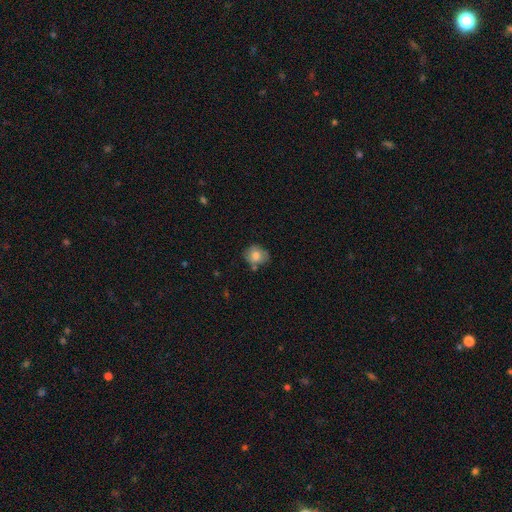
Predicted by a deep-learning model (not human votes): A smooth galaxy with no disk features (73%) that is round (65%).

Vote fractions:
- Smooth or featured? smooth: 73% / featured or disk: 18% / star or artifact: 9%
- How rounded? round: 65% / in between: 34% / cigar-shaped: 1%
- Merging? none: 64% / minor disturbance: 23% / merger: 7% / major disturbance: 5%